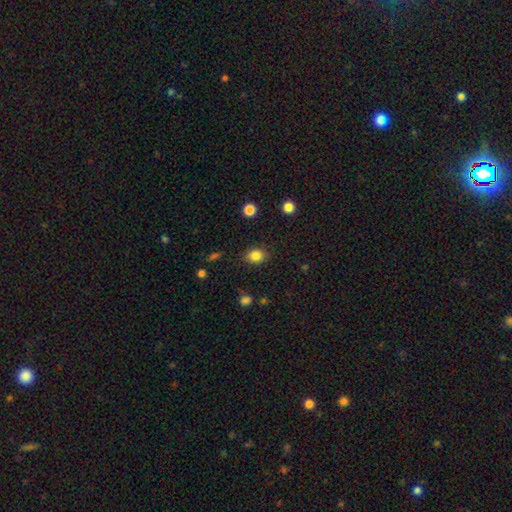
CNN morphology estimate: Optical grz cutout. It shows a smooth galaxy with no disk features (83%) that is round (55%). Merging: none (86%).